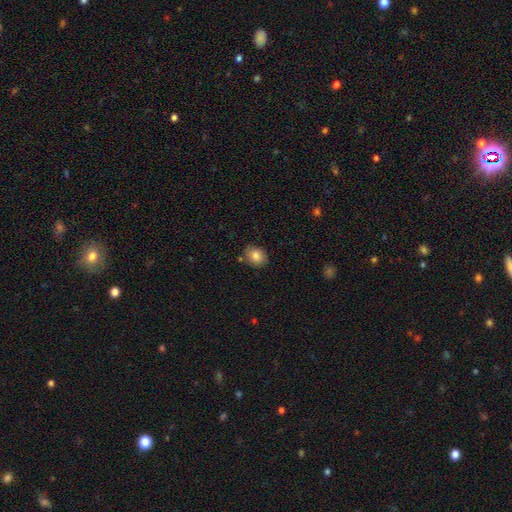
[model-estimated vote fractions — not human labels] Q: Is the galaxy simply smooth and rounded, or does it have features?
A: smooth — 83%.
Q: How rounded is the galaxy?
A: in between — 51%.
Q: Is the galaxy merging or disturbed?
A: none — 80%.